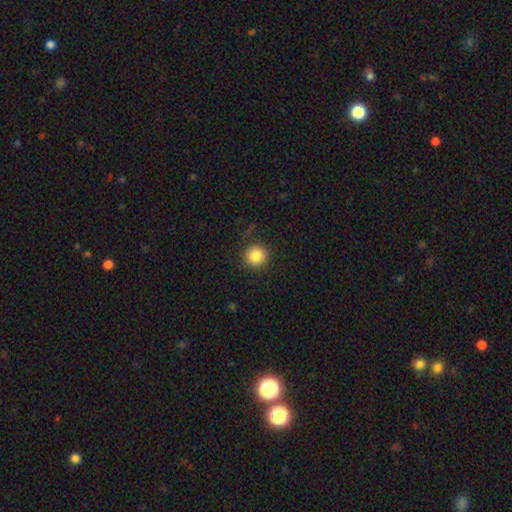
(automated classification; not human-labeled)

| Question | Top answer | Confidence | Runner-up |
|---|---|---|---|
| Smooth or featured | smooth | 85% | star or artifact (10%) |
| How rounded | round | 94% | in between (5%) |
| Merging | none | 89% | minor disturbance (7%) |